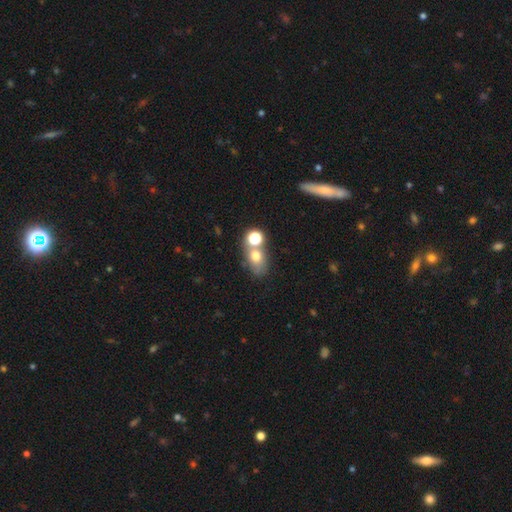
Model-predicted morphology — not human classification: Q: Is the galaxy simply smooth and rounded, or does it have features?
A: smooth — 66%.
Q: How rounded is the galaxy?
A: in between — 61%.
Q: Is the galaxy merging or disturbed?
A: none — 41%.